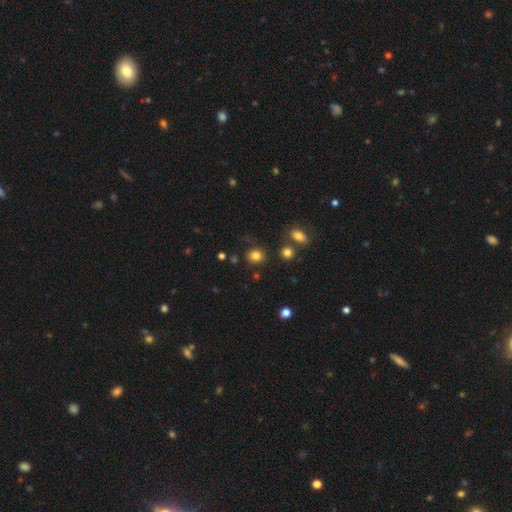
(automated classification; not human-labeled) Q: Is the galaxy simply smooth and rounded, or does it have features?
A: smooth — 82%.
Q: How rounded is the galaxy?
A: round — 73%.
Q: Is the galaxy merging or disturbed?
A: none — 79%.